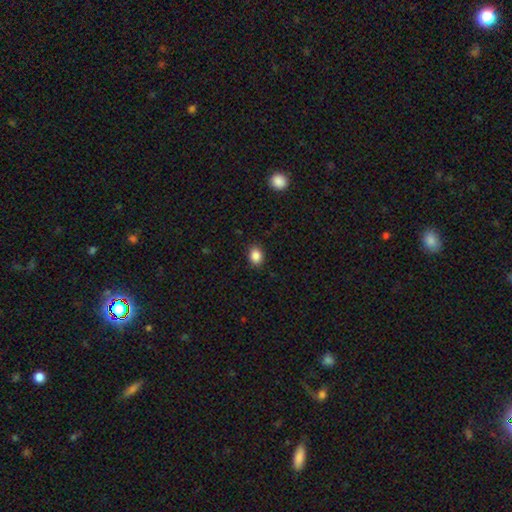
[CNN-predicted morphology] Smooth or featured? smooth (87%)
How rounded? in between (56%)
Merging? none (88%)